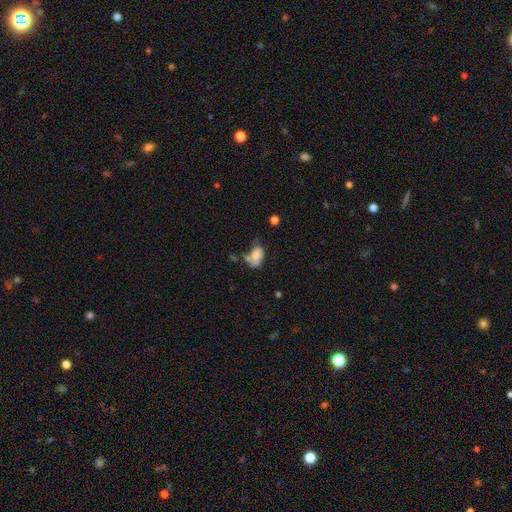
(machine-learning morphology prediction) A smooth galaxy with no disk features (63%) that is in between round and cigar-shaped (86%). Merging: none (27%).